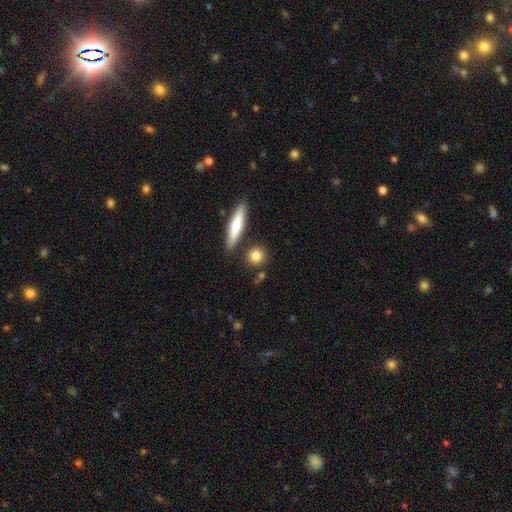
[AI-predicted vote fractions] The model was most divided on "how rounded": round: 72%, in between: 17%, cigar-shaped: 11%. More confident: smooth or featured — smooth (82%); merging — none (80%).